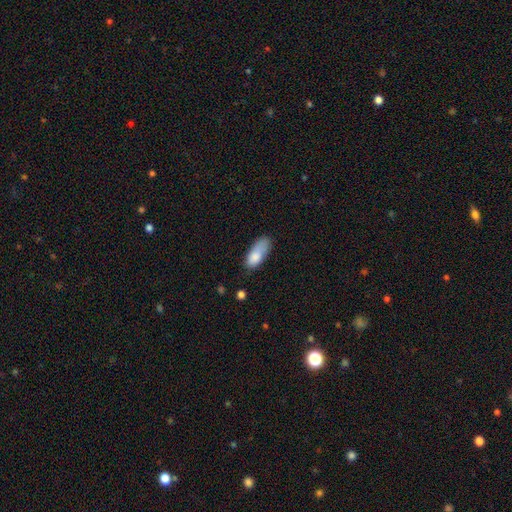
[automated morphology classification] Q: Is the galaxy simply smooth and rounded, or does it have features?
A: smooth — 82%.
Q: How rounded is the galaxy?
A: in between — 83%.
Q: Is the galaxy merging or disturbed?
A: none — 43%.